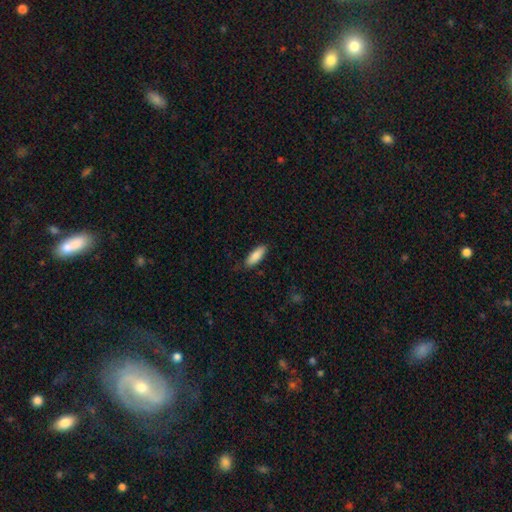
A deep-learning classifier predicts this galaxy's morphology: This appears to be a smooth galaxy with no disk features (87%) that is in between round and cigar-shaped (62%). Merging: none (81%).